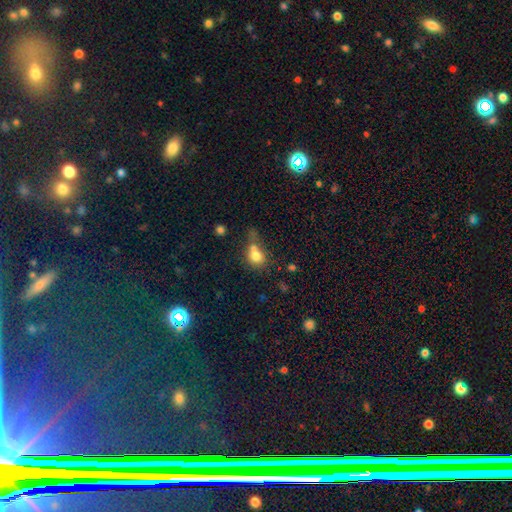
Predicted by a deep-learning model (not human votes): smooth 77%, featured or disk 12%, star or artifact 11%. Down the decision tree: how rounded — round (60%); merging — merger (43%).